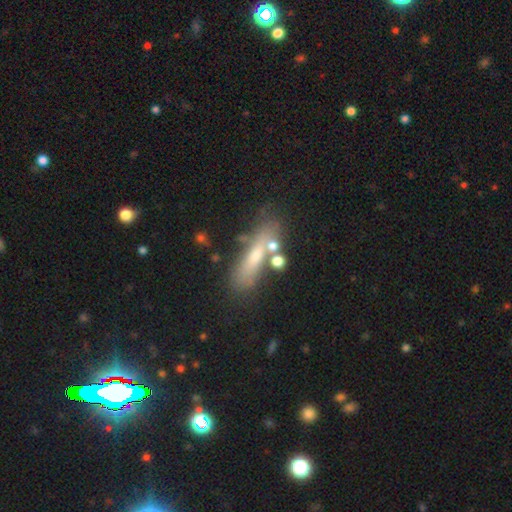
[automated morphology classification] smooth 52%, featured or disk 34%, star or artifact 13%. Down the decision tree: how rounded — cigar-shaped (67%); merging — none (67%).